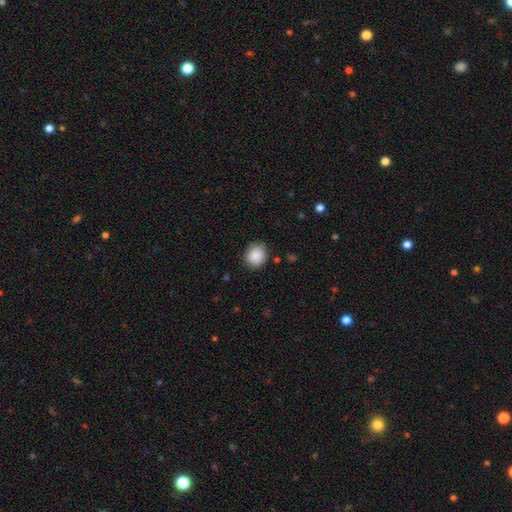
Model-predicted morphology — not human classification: Smooth or featured?
  - smooth: 88% *
  - star or artifact: 7%
  - featured or disk: 5%
How rounded?
  - round: 71% *
  - in between: 28%
  - cigar-shaped: 1%
Merging?
  - none: 84% *
  - minor disturbance: 12%
  - major disturbance: 3%
  - merger: 1%